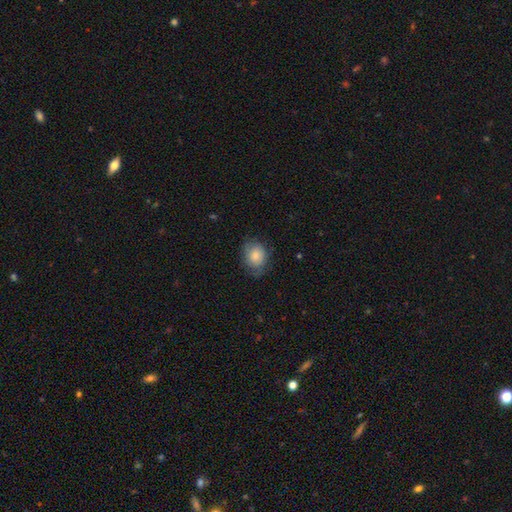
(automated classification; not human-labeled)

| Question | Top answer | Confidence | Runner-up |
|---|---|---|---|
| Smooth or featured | smooth | 78% | featured or disk (15%) |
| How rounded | round | 51% | in between (48%) |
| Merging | none | 65% | minor disturbance (25%) |